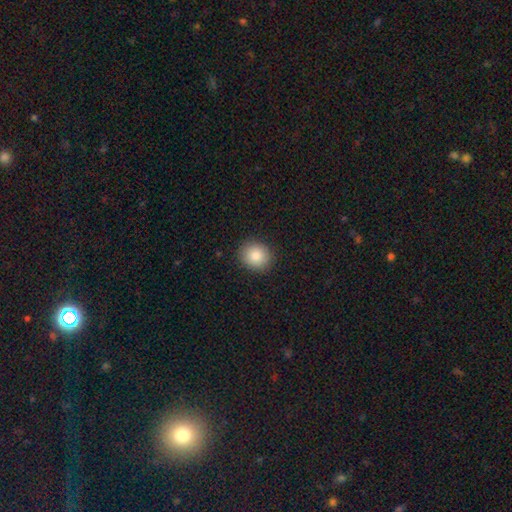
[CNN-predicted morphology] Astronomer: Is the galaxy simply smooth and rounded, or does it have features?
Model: smooth — 85%.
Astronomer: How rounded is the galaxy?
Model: round — 83%.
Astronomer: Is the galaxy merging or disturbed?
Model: none — 89%.